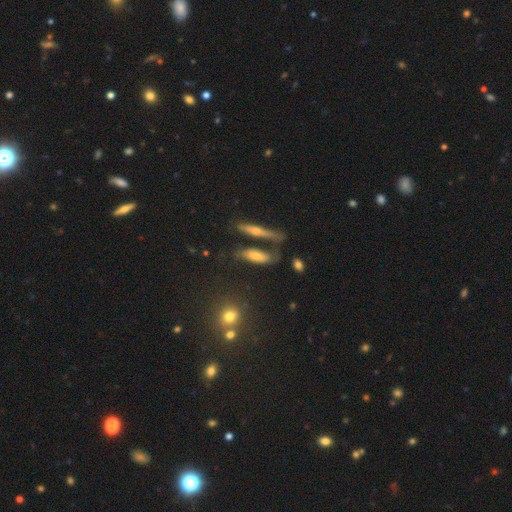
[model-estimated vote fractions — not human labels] This appears to be a smooth galaxy with no disk features (43%). Merging: none (66%).